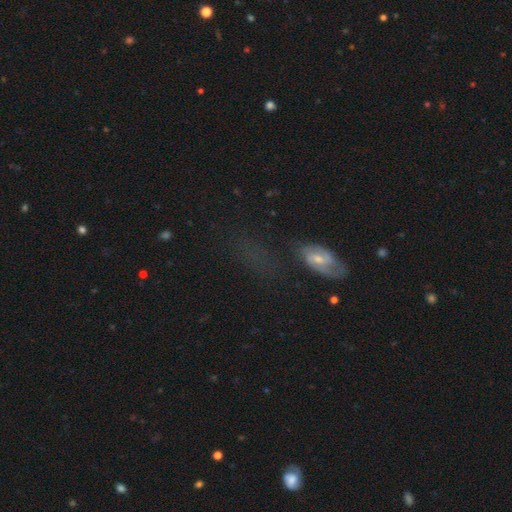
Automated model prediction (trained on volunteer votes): This appears to be a smooth galaxy with no disk features (39%). Merging: none (51%).